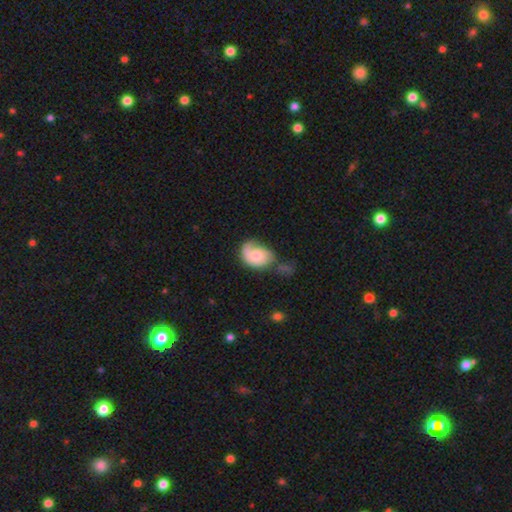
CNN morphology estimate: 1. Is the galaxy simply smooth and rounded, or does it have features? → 50% smooth, 44% featured or disk, 7% star or artifact.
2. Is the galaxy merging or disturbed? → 32% none, 27% minor disturbance, 26% major disturbance, 14% merger.